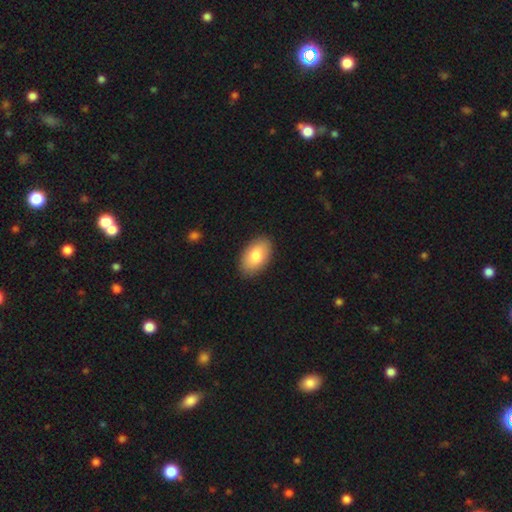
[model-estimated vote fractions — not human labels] Smooth or featured: smooth — 82% (featured or disk — 12%)
How rounded: in between — 94% (round — 5%)
Merging: none — 88% (minor disturbance — 9%)